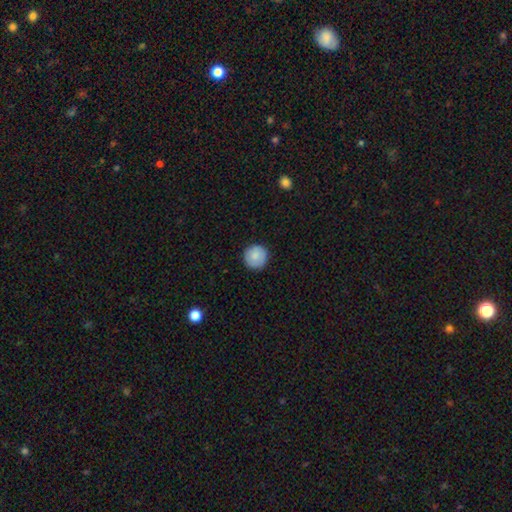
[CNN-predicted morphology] This appears to be a smooth galaxy with no disk features (86%) that is round (96%). Merging: none (91%).